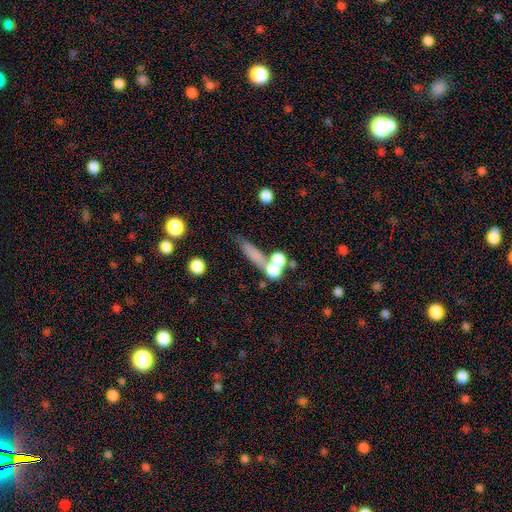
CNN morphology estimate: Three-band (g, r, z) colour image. It shows a smooth galaxy with no disk features (62%) that is cigar-shaped (62%). Merging: none (51%).